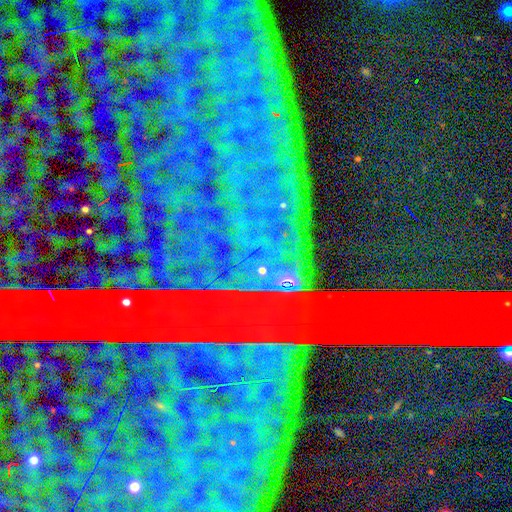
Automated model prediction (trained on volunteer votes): Smooth or featured? Predicted: star or artifact (p=0.86).